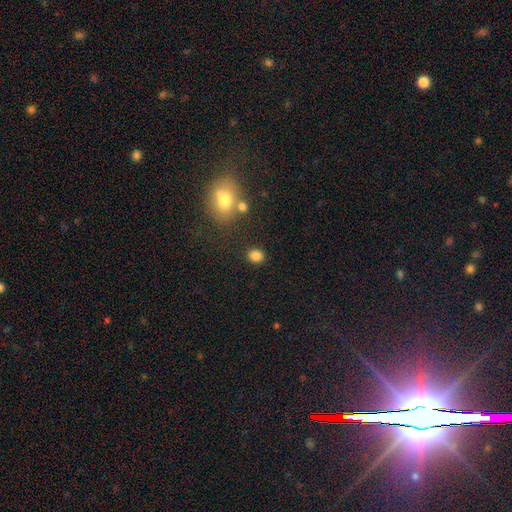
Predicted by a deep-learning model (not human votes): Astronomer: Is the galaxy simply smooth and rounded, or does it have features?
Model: smooth — 84%.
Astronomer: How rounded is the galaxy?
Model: round — 74%.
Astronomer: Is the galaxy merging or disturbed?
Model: none — 85%.